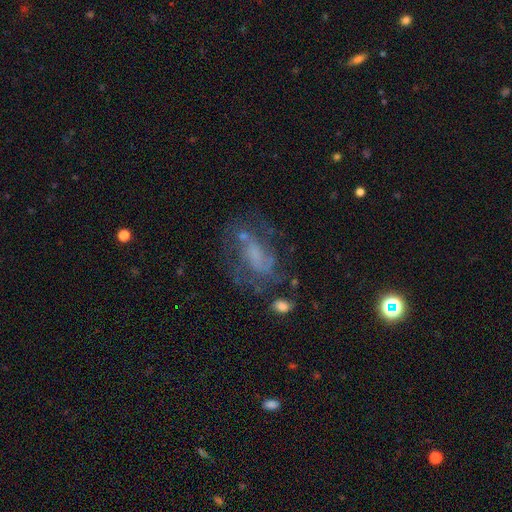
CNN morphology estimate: A featured or disk galaxy (64%) with no bar (55%), spiral arms (73%) and no central bulge (50%).

Vote fractions:
- Smooth or featured? featured or disk: 64% / smooth: 22% / star or artifact: 15%
- Edge-on disk? no: 95% / yes: 5%
- Bar? no: 55% / weak: 32% / strong: 13%
- Spiral arms? yes: 73% / no: 27%
- Bulge size? none: 50% / small: 23% / moderate: 17% / large: 8% / dominant: 2%
- Merging? none: 55% / major disturbance: 20% / minor disturbance: 20% / merger: 5%